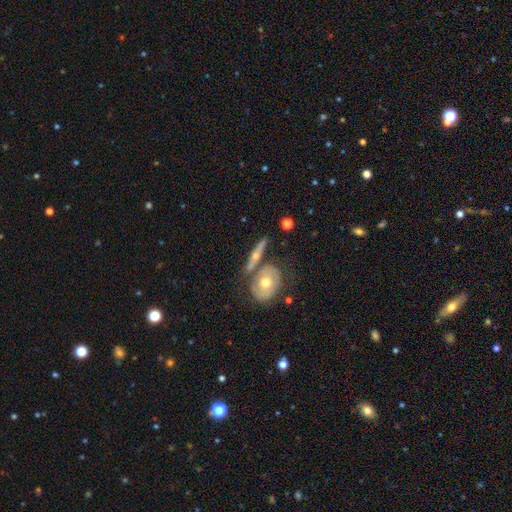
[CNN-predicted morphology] featured or disk 63%, smooth 31%, star or artifact 6%. Down the decision tree: edge-on disk — yes (77%); merging — none (59%).